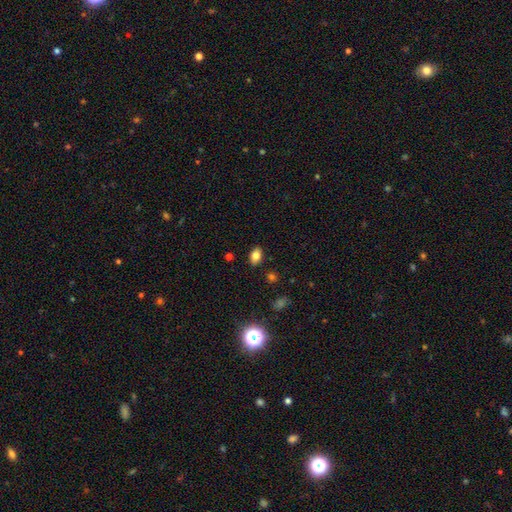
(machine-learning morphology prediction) Smooth or featured?
  - smooth: 81% *
  - star or artifact: 11%
  - featured or disk: 8%
How rounded?
  - in between: 86% *
  - round: 12%
  - cigar-shaped: 2%
Merging?
  - none: 87% *
  - minor disturbance: 10%
  - major disturbance: 2%
  - merger: 2%